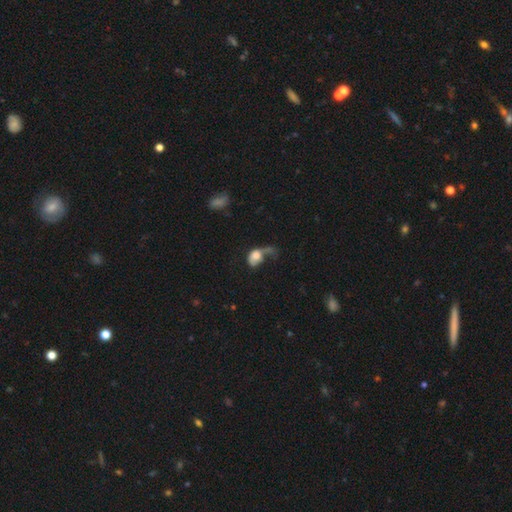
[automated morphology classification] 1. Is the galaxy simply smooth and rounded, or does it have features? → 64% smooth, 27% featured or disk, 9% star or artifact.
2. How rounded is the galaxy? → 66% in between, 32% round, 2% cigar-shaped.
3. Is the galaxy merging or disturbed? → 53% major disturbance, 16% merger, 16% none, 15% minor disturbance.